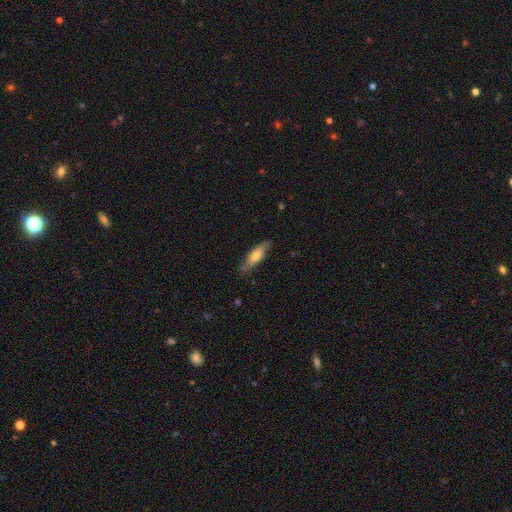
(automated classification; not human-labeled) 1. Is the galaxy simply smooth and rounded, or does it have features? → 64% smooth, 30% featured or disk, 6% star or artifact.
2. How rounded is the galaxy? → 53% cigar-shaped, 45% in between, 2% round.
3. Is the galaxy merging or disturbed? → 77% none, 18% minor disturbance, 4% major disturbance, 1% merger.